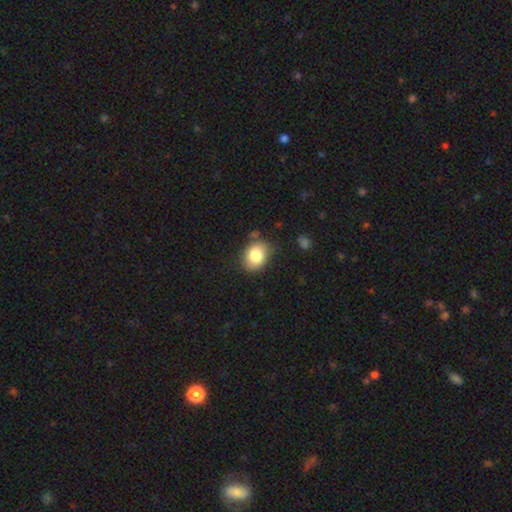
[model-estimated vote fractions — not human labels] This appears to be a smooth galaxy with no disk features (83%) that is in between round and cigar-shaped (62%). Merging: none (78%).